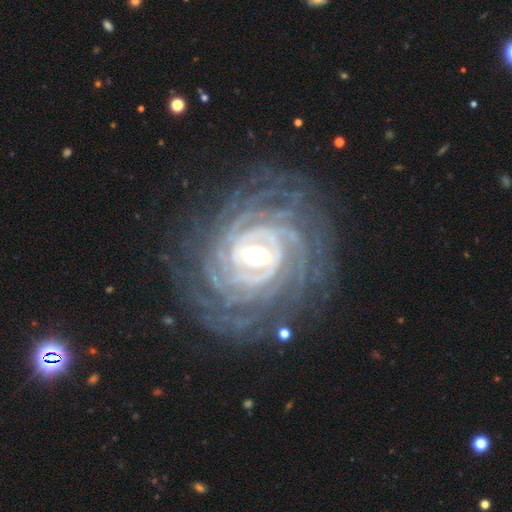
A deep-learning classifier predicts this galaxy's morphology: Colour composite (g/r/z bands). It shows a featured or disk galaxy (93%) with a strong bar (40%), more than 4 (33%) tight (82%) spiral arms (98%) and a moderate central bulge (68%). Merging: none (78%).